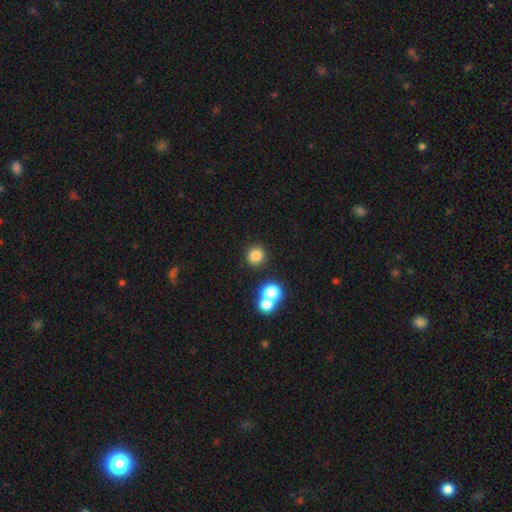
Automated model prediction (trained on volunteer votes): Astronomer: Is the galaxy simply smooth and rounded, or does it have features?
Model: smooth — 80%.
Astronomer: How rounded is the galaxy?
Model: round — 92%.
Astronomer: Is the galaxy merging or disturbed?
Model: none — 82%.